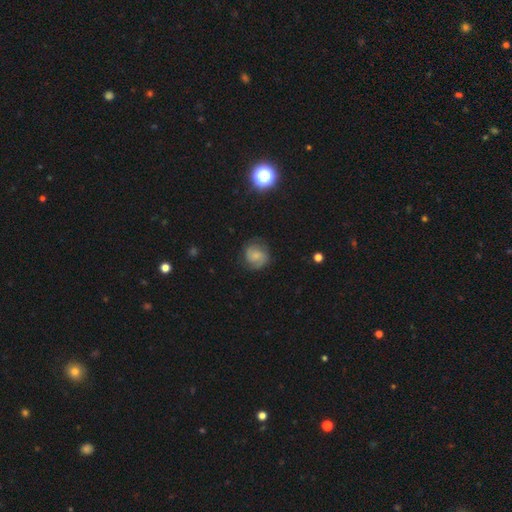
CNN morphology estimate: A featured or disk galaxy (54%) with no bar (56%), spiral arms (91%) and a small central bulge (41%).

Vote fractions:
- Smooth or featured? featured or disk: 54% / smooth: 36% / star or artifact: 10%
- Edge-on disk? no: 98% / yes: 2%
- Bar? no: 56% / weak: 37% / strong: 7%
- Spiral arms? yes: 91% / no: 9%
- Bulge size? small: 41% / none: 26% / moderate: 26% / large: 5% / dominant: 2%
- Merging? none: 76% / minor disturbance: 17% / major disturbance: 6% / merger: 1%